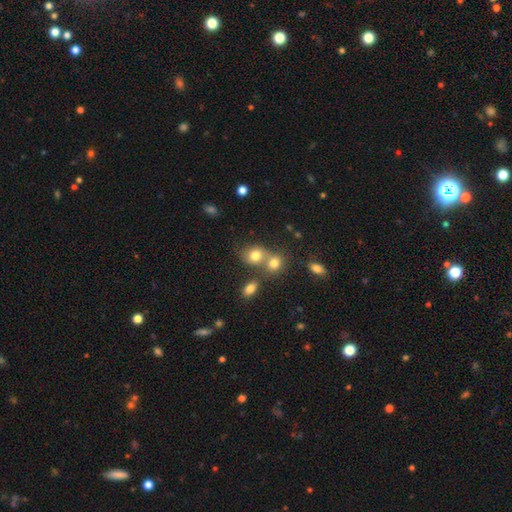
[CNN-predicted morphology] Smooth or featured? Predicted: smooth (p=0.77). How rounded? Predicted: round (p=0.59). Merging? Predicted: none (p=0.43).